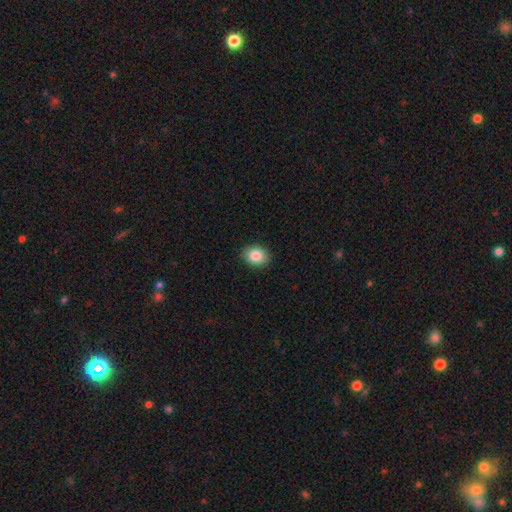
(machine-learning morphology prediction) smooth_or_featured: smooth (p=0.86) [alt: star or artifact p=0.08]
how_rounded: in between (p=0.56) [alt: round p=0.43]
merging: none (p=0.89) [alt: minor disturbance p=0.08]